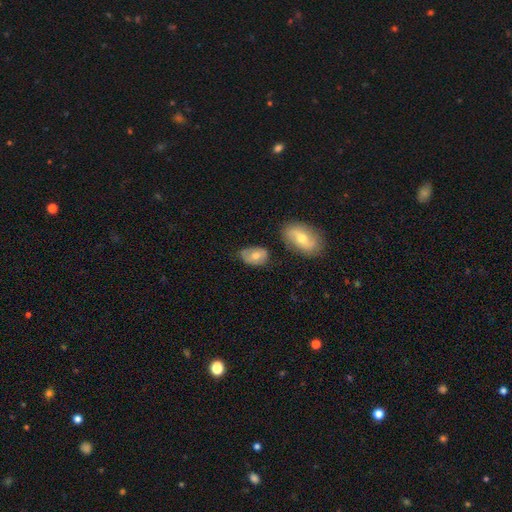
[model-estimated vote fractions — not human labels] A smooth galaxy with no disk features (60%) that is in between round and cigar-shaped (85%). Merging: none (62%).